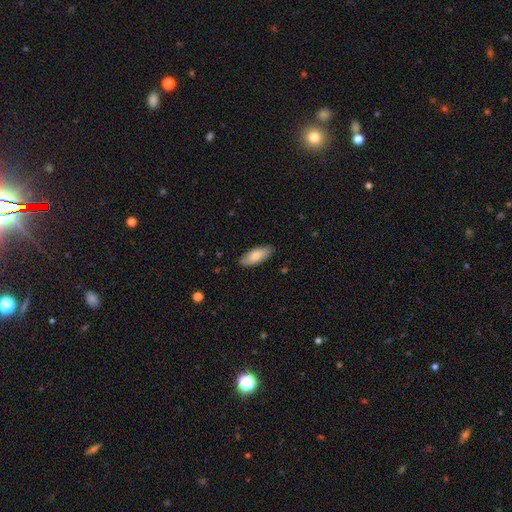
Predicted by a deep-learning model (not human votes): This appears to be a smooth galaxy with no disk features (75%) that is in between round and cigar-shaped (81%). Merging: none (87%).